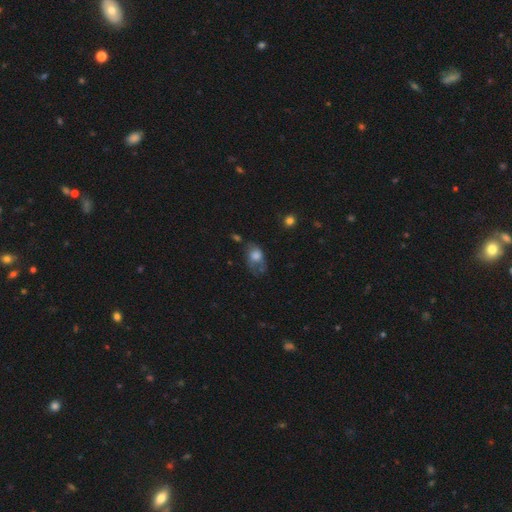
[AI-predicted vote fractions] Smooth or featured? smooth (66%)
How rounded? in between (74%)
Merging? none (35%)